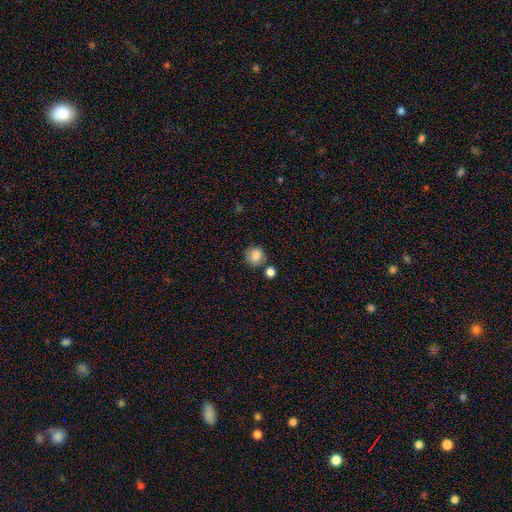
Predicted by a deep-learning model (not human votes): Smooth or featured: smooth — 82% (star or artifact — 9%)
How rounded: round — 86% (in between — 13%)
Merging: none — 74% (minor disturbance — 13%)